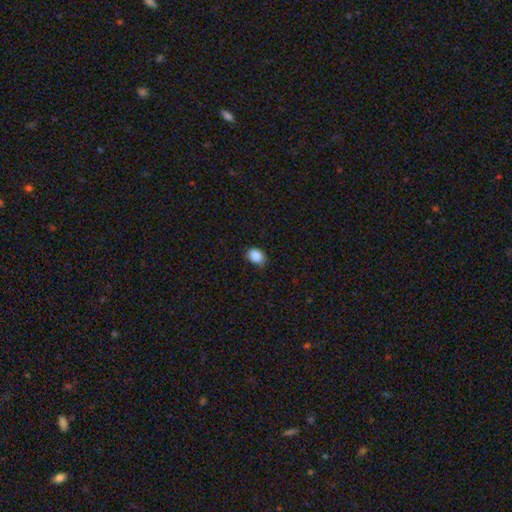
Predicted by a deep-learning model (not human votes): Smooth or featured? Predicted: smooth (p=0.89). How rounded? Predicted: in between (p=0.67). Merging? Predicted: none (p=0.78).